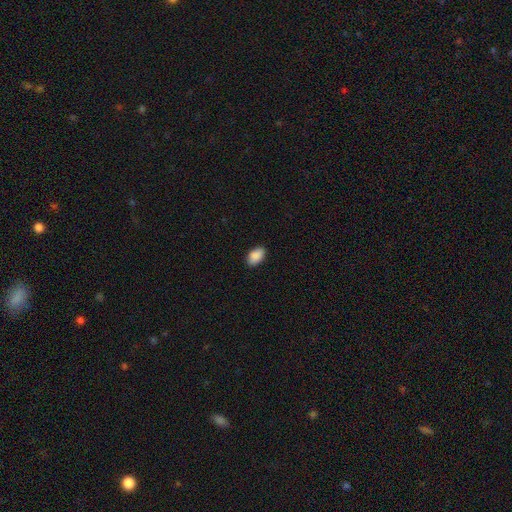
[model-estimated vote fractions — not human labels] Smooth or featured?
  - smooth: 90% *
  - star or artifact: 7%
  - featured or disk: 3%
How rounded?
  - in between: 93% *
  - round: 6%
  - cigar-shaped: 1%
Merging?
  - none: 87% *
  - minor disturbance: 10%
  - major disturbance: 2%
  - merger: 1%